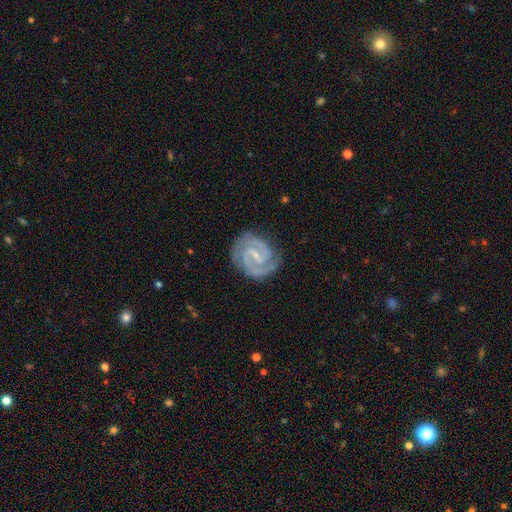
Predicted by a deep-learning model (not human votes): A featured or disk galaxy (92%) with a weak bar (53%), 2 (90%) tight (52%) spiral arms (99%) and a small central bulge (69%).

Vote fractions:
- Smooth or featured? featured or disk: 92% / star or artifact: 4% / smooth: 4%
- Edge-on disk? no: 98% / yes: 2%
- Bar? weak: 53% / strong: 28% / no: 19%
- Spiral arms? yes: 99% / no: 1%
- Spiral winding? tight: 52% / medium: 43% / loose: 5%
- Spiral arm count? 2: 90% / 3: 4% / can't tell: 2% / 1: 1% / 4: 1% / more than 4: 1%
- Bulge size? small: 69% / moderate: 16% / none: 13% / large: 1% / dominant: 1%
- Merging? none: 82% / minor disturbance: 13% / major disturbance: 3% / merger: 1%